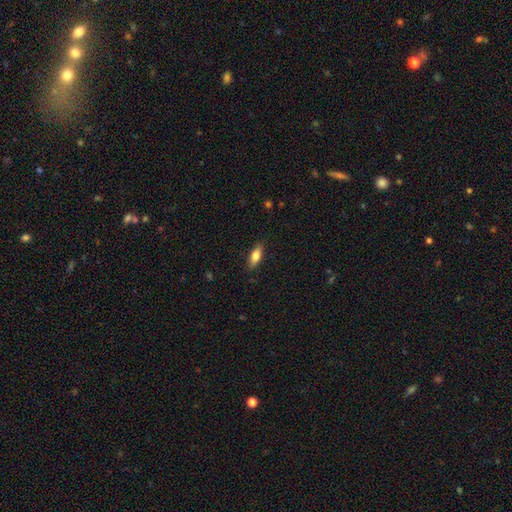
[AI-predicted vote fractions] Smooth or featured: smooth — 77% (featured or disk — 17%)
How rounded: in between — 71% (cigar-shaped — 27%)
Merging: none — 87% (minor disturbance — 10%)